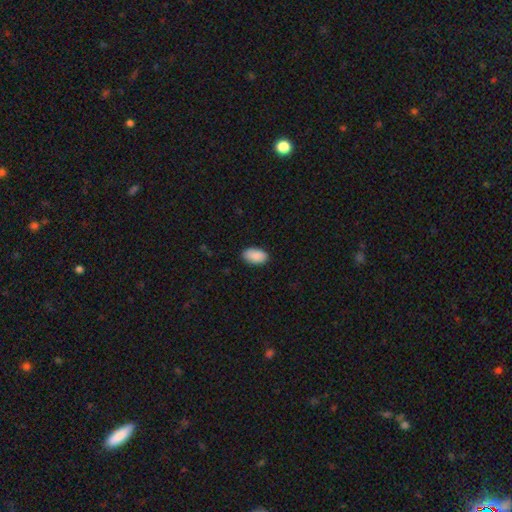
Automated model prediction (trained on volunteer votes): This is clearly a smooth galaxy (90%). How rounded: clearly in between (94%). Merging: clearly none (87%).